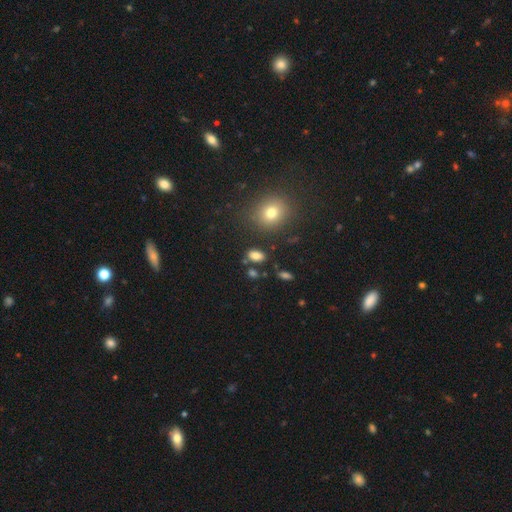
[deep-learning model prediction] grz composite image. It shows a smooth galaxy with no disk features (81%) that is in between round and cigar-shaped (86%). Merging: none (80%).